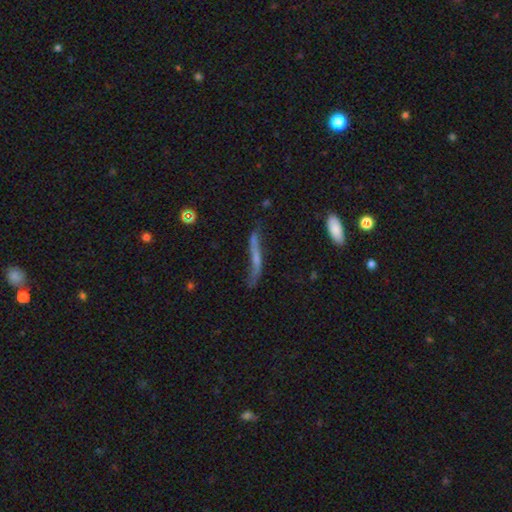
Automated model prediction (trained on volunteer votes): A featured or disk galaxy (57%) viewed edge-on (60%).

Vote fractions:
- Smooth or featured? featured or disk: 57% / smooth: 32% / star or artifact: 11%
- Edge-on disk? yes: 60% / no: 40%
- Merging? none: 49% / minor disturbance: 26% / major disturbance: 19% / merger: 6%